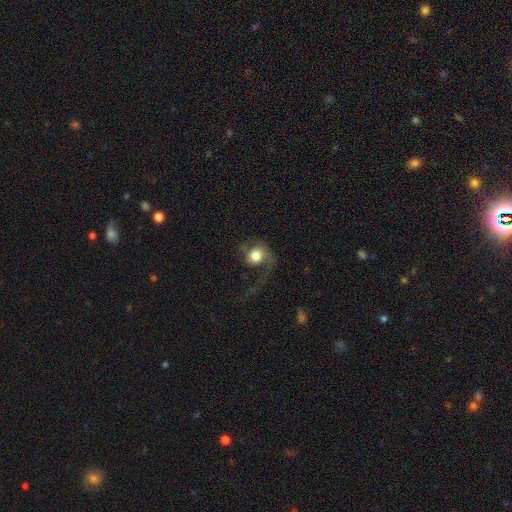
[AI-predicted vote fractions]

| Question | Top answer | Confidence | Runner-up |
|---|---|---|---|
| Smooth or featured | smooth | 57% | featured or disk (35%) |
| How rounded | round | 76% | in between (23%) |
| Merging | major disturbance | 53% | none (29%) |